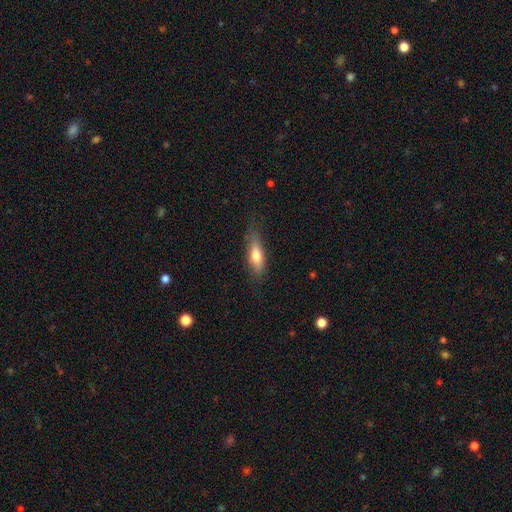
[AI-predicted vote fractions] This is likely a smooth galaxy (72%). How rounded: possibly in between (56%). Merging: likely none (74%).